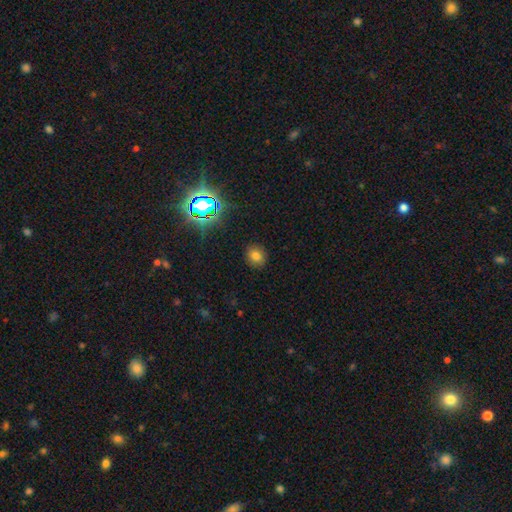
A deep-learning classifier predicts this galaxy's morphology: Q: Smooth or featured?
A: smooth (71%); runner-up: star or artifact (20%)
Q: How rounded?
A: round (66%); runner-up: in between (33%)
Q: Merging?
A: none (87%); runner-up: minor disturbance (9%)